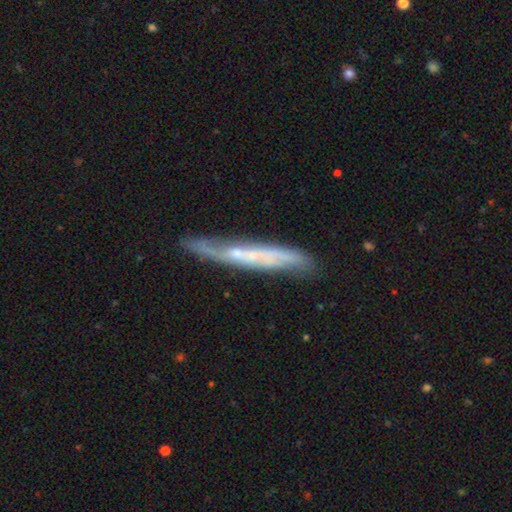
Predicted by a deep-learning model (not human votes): Smooth or featured? Predicted: featured or disk (p=0.68). Edge-on disk? Predicted: yes (p=0.69). Merging? Predicted: none (p=0.68).